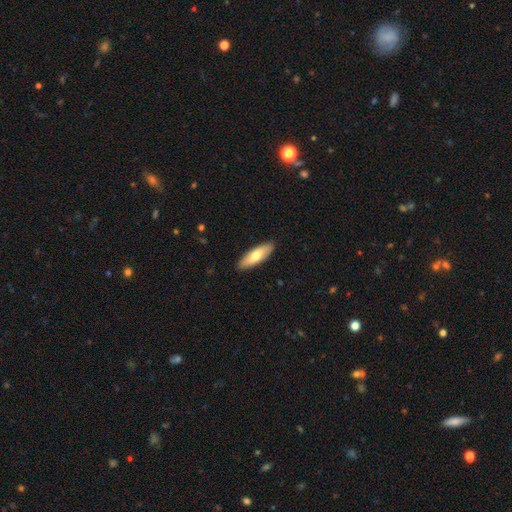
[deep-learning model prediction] Smooth or featured? smooth (70%)
How rounded? in between (55%)
Merging? none (90%)